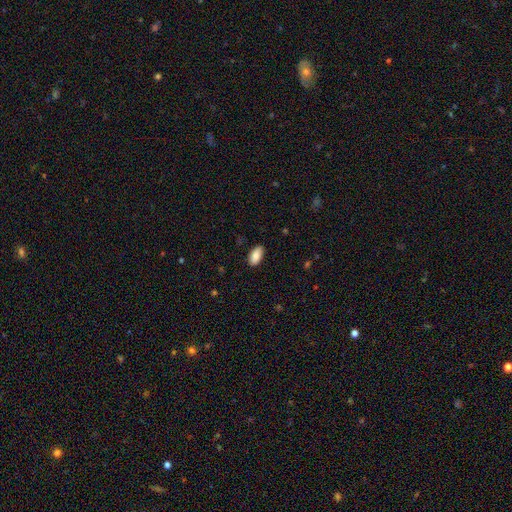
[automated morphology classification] Smooth or featured?
  - smooth: 87% *
  - star or artifact: 7%
  - featured or disk: 6%
How rounded?
  - in between: 93% *
  - cigar-shaped: 4%
  - round: 2%
Merging?
  - none: 85% *
  - minor disturbance: 12%
  - major disturbance: 2%
  - merger: 1%